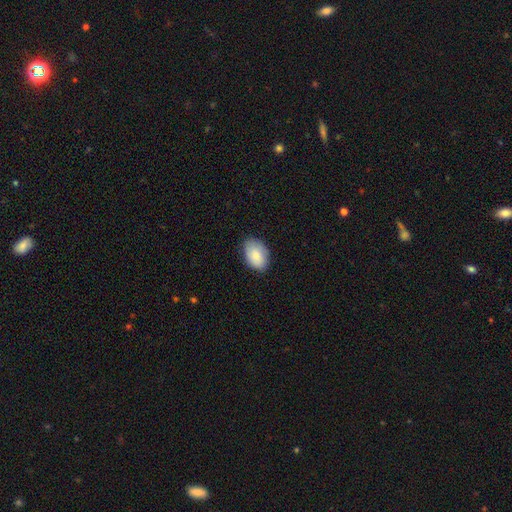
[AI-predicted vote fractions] Smooth or featured? smooth (86%)
How rounded? in between (89%)
Merging? none (81%)